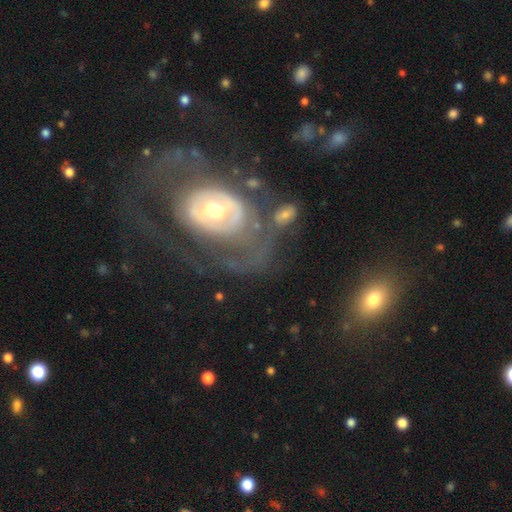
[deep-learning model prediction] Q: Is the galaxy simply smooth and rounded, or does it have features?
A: featured or disk — 75%.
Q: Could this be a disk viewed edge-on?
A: no — 95%.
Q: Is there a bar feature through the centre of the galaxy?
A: no — 70%.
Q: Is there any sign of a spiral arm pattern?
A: yes — 53%.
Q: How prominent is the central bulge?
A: moderate — 62%.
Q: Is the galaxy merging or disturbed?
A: none — 52%.